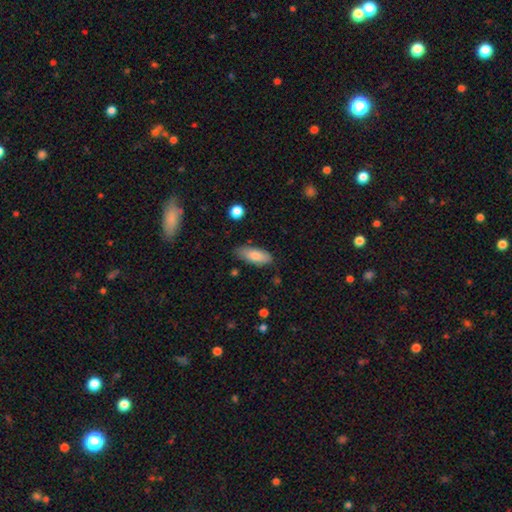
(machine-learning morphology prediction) smooth-or-featured: smooth: 82% | featured or disk: 11% | star or artifact: 7%
  how-rounded: in between: 79% | cigar-shaped: 19% | round: 2%
  merging: none: 77% | minor disturbance: 18% | major disturbance: 3% | merger: 2%